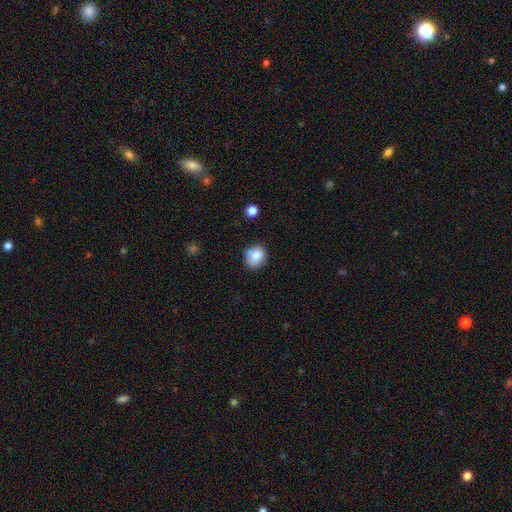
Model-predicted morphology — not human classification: The model was most divided on "how rounded": round: 70%, in between: 29%, cigar-shaped: 1%. More confident: smooth or featured — smooth (83%); merging — none (69%).